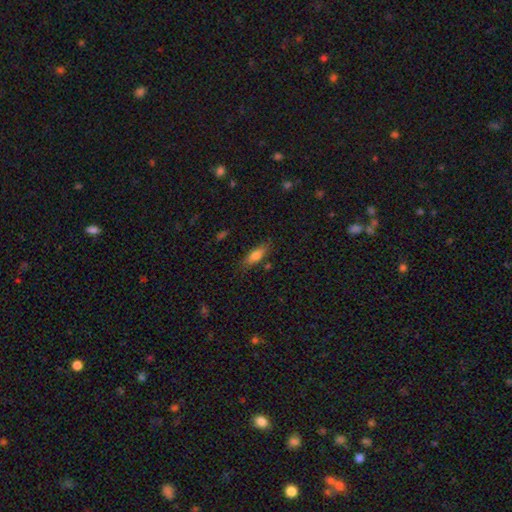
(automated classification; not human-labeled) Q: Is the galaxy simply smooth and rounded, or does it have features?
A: smooth — 74%.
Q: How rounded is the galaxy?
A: in between — 60%.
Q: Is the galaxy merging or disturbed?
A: none — 80%.